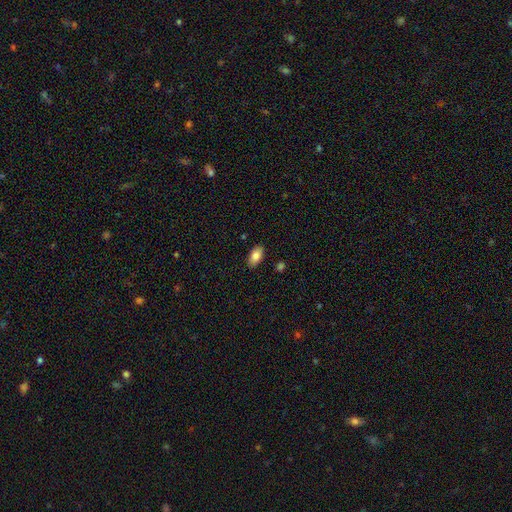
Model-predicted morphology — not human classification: Smooth or featured? Predicted: smooth (p=0.84). How rounded? Predicted: in between (p=0.93). Merging? Predicted: none (p=0.87).